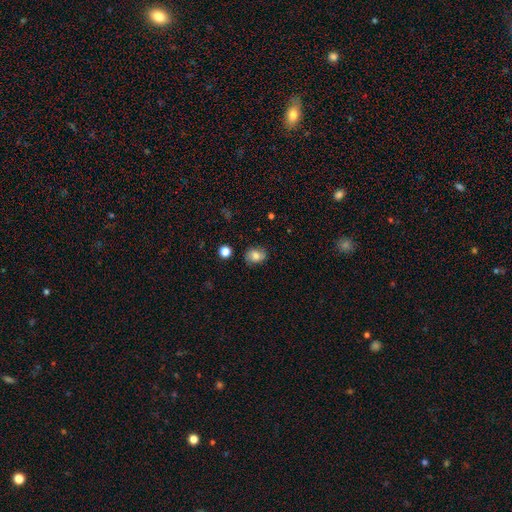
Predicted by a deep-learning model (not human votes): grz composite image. It shows a smooth galaxy with no disk features (75%) that is in between round and cigar-shaped (53%). Merging: none (79%).